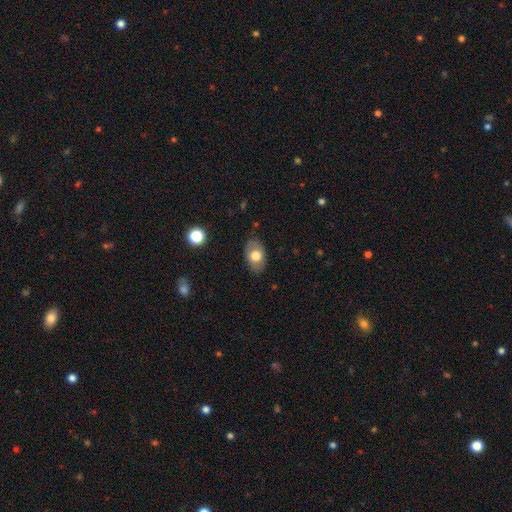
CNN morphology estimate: smooth-or-featured: smooth: 71% | featured or disk: 22% | star or artifact: 7%
  how-rounded: in between: 86% | round: 12% | cigar-shaped: 1%
  merging: none: 82% | minor disturbance: 14% | major disturbance: 3% | merger: 1%